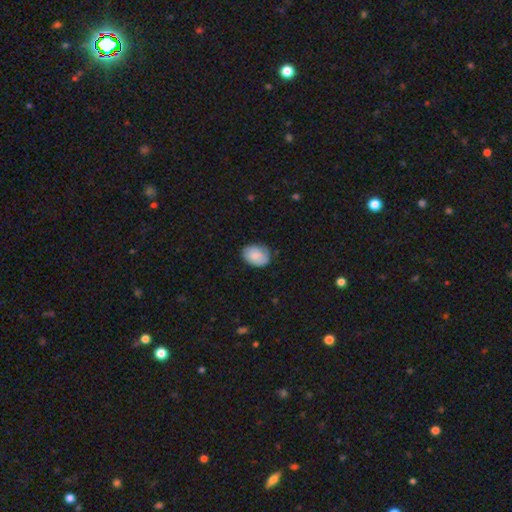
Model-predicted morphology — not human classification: This appears to be a smooth galaxy with no disk features (80%) that is in between round and cigar-shaped (70%). Merging: none (71%).